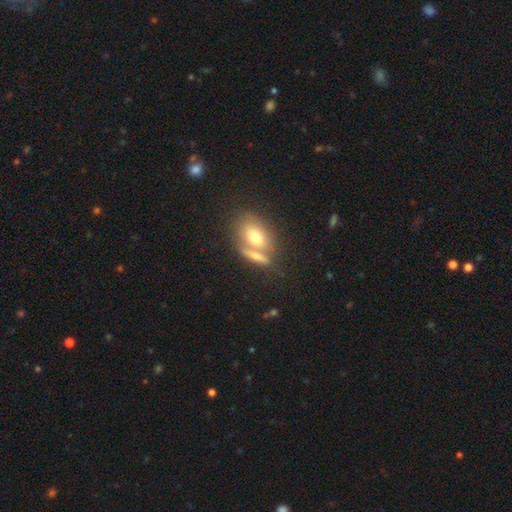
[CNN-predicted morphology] smooth_or_featured: smooth (p=0.66) [alt: featured or disk p=0.25]
how_rounded: in between (p=0.61) [alt: round p=0.20]
merging: merger (p=0.45) [alt: none p=0.40]